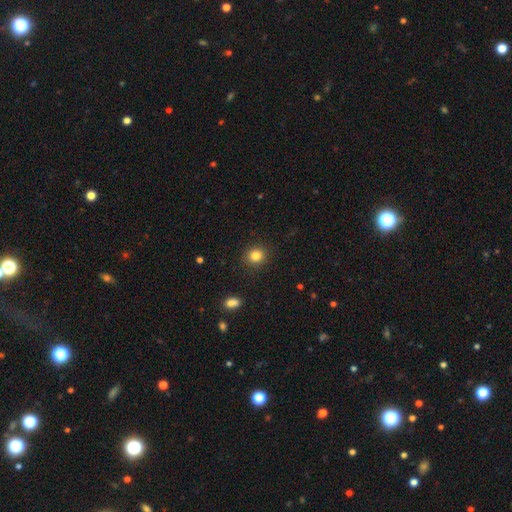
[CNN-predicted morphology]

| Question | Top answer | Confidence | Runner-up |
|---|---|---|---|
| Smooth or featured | smooth | 83% | star or artifact (12%) |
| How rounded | round | 84% | in between (15%) |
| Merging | none | 90% | minor disturbance (7%) |